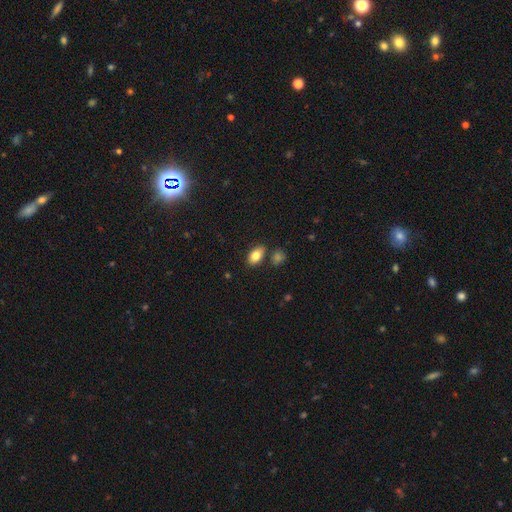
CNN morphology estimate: Q: Smooth or featured?
A: smooth (82%); runner-up: featured or disk (10%)
Q: How rounded?
A: in between (90%); runner-up: round (8%)
Q: Merging?
A: none (78%); runner-up: minor disturbance (11%)